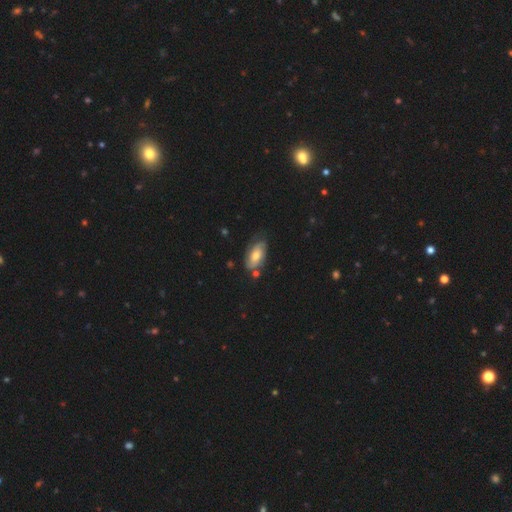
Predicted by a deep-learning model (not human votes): Smooth or featured? Predicted: featured or disk (p=0.48). Merging? Predicted: none (p=0.61).